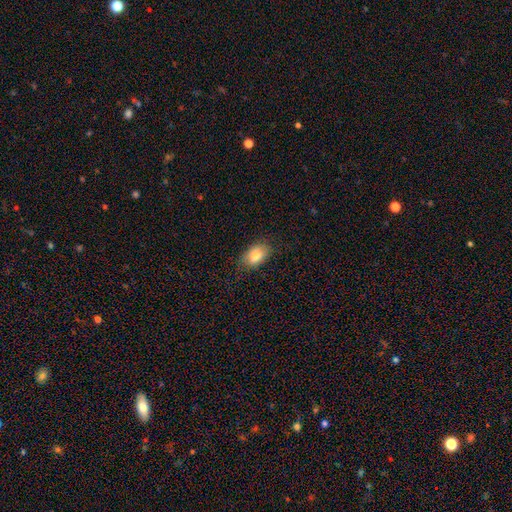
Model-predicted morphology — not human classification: This is clearly a smooth galaxy (81%). How rounded: clearly in between (88%). Merging: clearly none (81%).